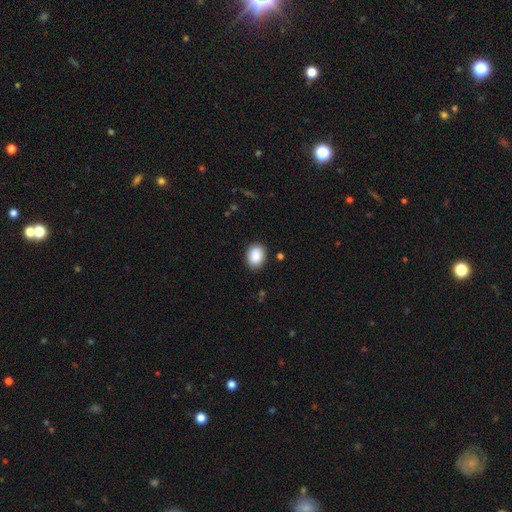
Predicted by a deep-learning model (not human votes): Smooth or featured: smooth — 86% (star or artifact — 8%)
How rounded: in between — 62% (round — 37%)
Merging: none — 82% (minor disturbance — 13%)